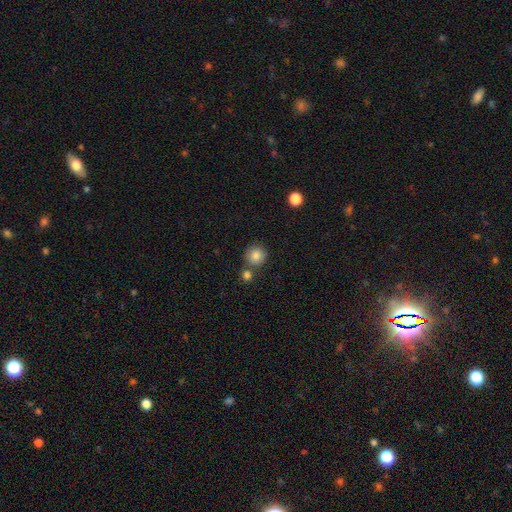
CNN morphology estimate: A smooth galaxy with no disk features (84%) that is round (89%). Merging: none (68%).